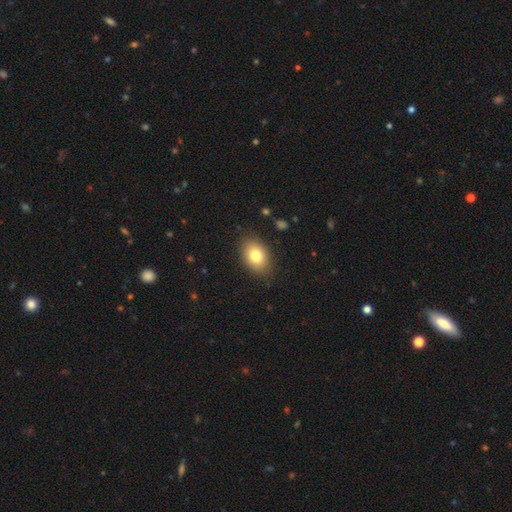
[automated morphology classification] type=smooth (79%); roundness=in between (81%); merging=none (85%).